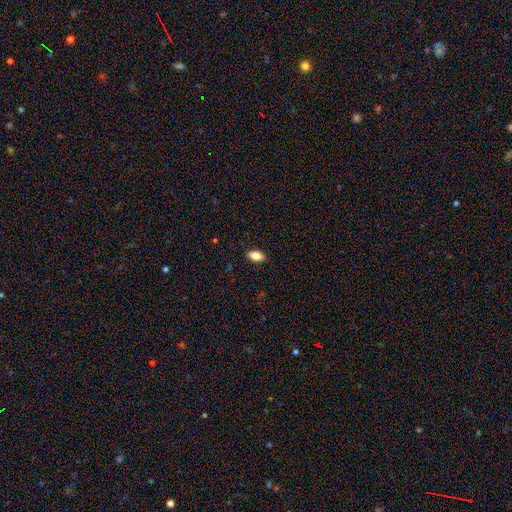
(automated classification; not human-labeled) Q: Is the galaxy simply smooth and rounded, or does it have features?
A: smooth — 85%.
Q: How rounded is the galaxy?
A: in between — 91%.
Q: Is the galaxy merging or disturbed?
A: none — 89%.